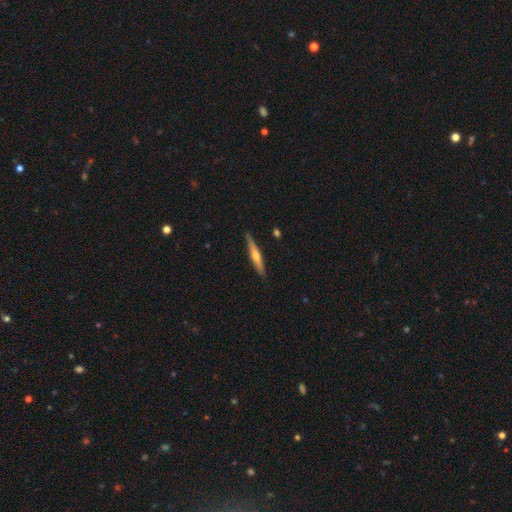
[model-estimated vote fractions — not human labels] featured or disk 61%, smooth 34%, star or artifact 6%. Down the decision tree: edge-on disk — yes (97%); edge-on bulge — rounded (85%); merging — none (89%).